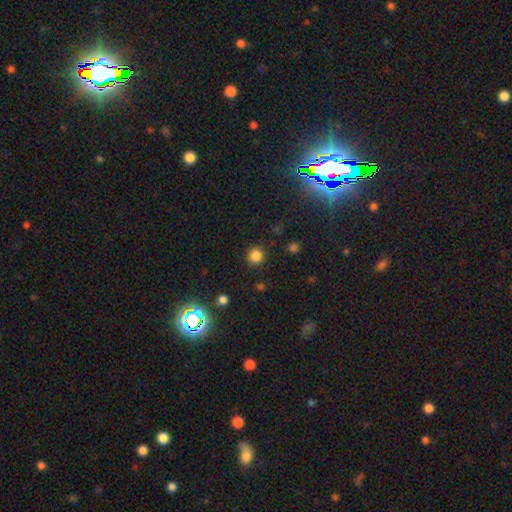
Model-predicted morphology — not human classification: Q: Smooth or featured?
A: smooth (83%); runner-up: star or artifact (13%)
Q: How rounded?
A: round (92%); runner-up: in between (7%)
Q: Merging?
A: none (90%); runner-up: minor disturbance (6%)